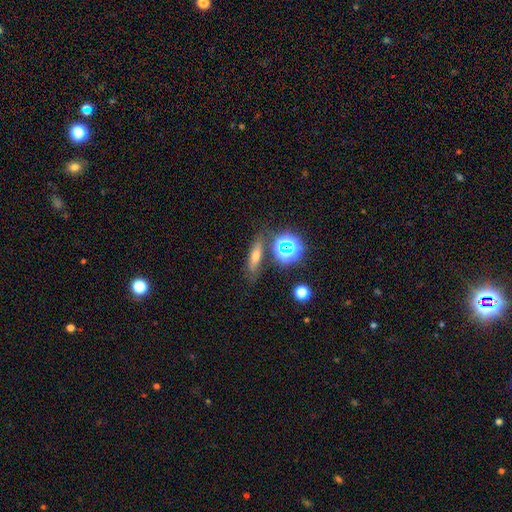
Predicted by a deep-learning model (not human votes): This appears to be a smooth galaxy with no disk features (52%) that is cigar-shaped (50%). Merging: none (75%).